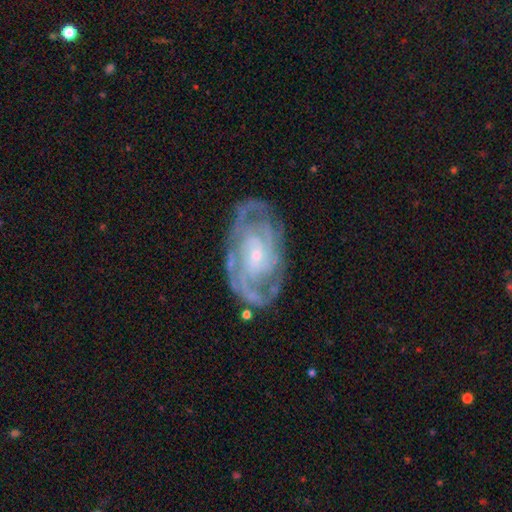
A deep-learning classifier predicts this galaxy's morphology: smooth-or-featured: featured or disk: 87% | smooth: 7% | star or artifact: 6%
  disk-edge-on: no: 96% | yes: 4%
    bar: no: 65% | weak: 28% | strong: 7%
    has-spiral-arms: yes: 95% | no: 5%
      spiral-winding: tight: 63% | medium: 31% | loose: 6%
      spiral-arm-count: 2: 30% | can't tell: 28% | 3: 19% | 4: 11% | more than 4: 6% | 1: 5%
    bulge-size: small: 75% | moderate: 20% | none: 2% | large: 2% | dominant: 1%
  merging: none: 73% | minor disturbance: 18% | major disturbance: 8% | merger: 2%